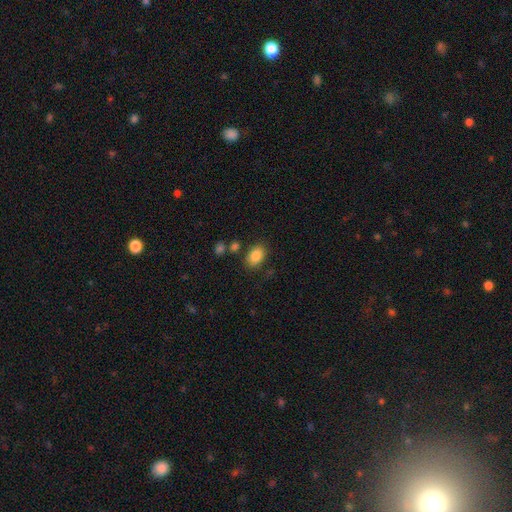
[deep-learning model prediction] This is clearly a smooth galaxy (86%). How rounded: clearly in between (81%). Merging: likely none (79%).